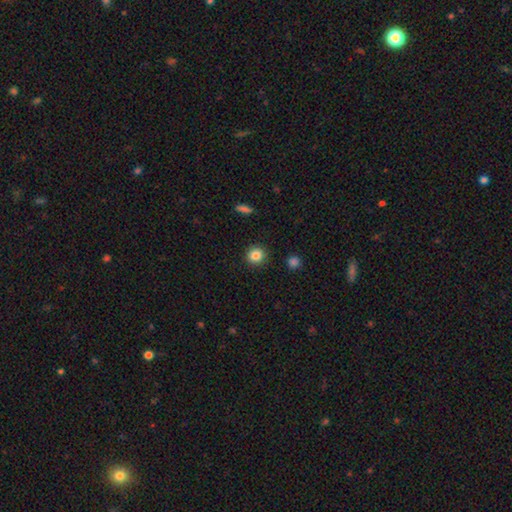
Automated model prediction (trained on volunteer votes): Smooth or featured?
  - smooth: 85% *
  - star or artifact: 10%
  - featured or disk: 5%
How rounded?
  - round: 90% *
  - in between: 9%
  - cigar-shaped: 1%
Merging?
  - none: 91% *
  - minor disturbance: 6%
  - major disturbance: 2%
  - merger: 1%